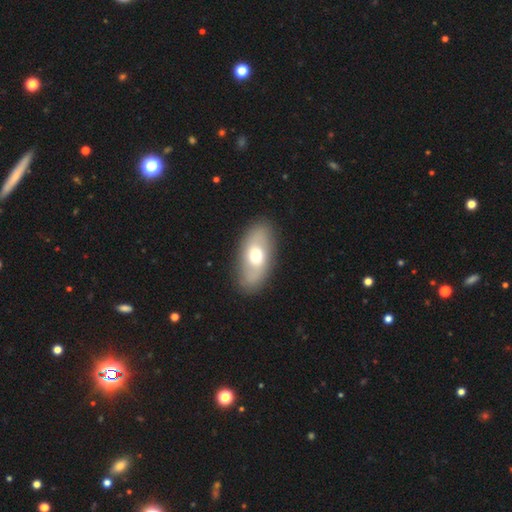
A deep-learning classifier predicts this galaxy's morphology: The model was most divided on "smooth or featured": smooth: 55%, featured or disk: 39%, star or artifact: 6%. More confident: how rounded — in between (89%); merging — none (86%).